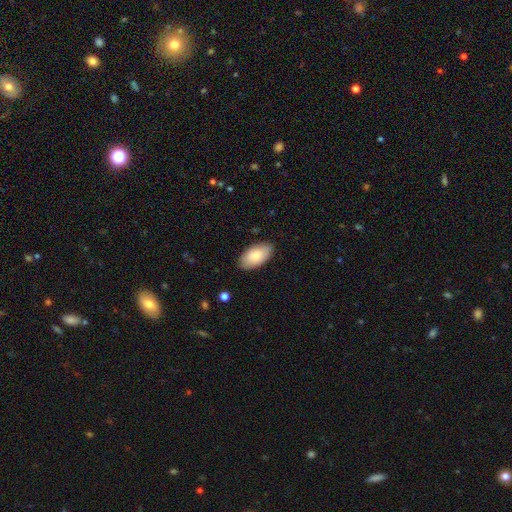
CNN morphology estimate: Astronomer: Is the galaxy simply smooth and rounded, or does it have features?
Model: smooth — 81%.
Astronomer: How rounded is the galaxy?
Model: in between — 95%.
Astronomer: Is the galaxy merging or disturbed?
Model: none — 85%.